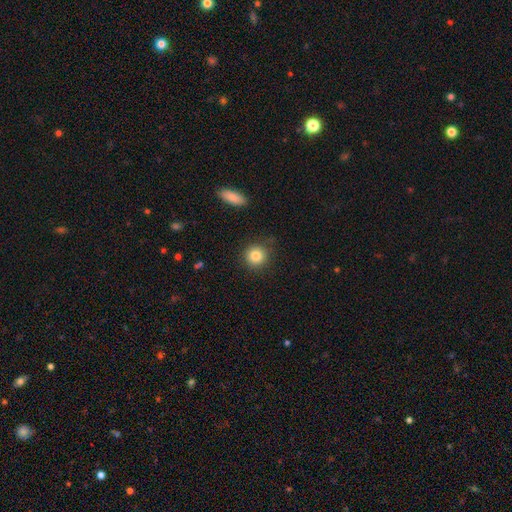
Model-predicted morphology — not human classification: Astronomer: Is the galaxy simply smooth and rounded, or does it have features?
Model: smooth — 84%.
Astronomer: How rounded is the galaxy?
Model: round — 92%.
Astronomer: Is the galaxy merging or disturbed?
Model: none — 87%.